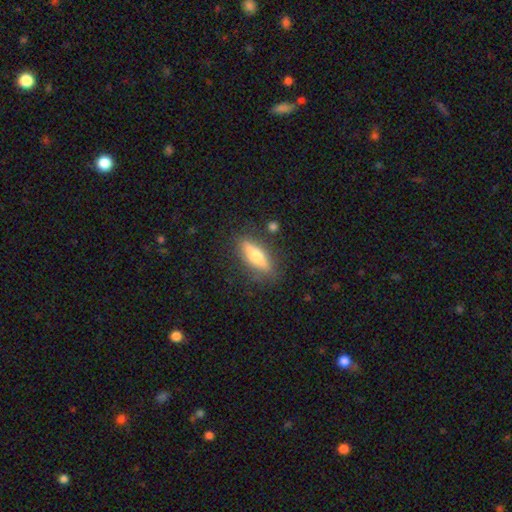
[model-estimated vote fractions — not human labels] A smooth galaxy with no disk features (52%) that is cigar-shaped (59%). Merging: none (83%).